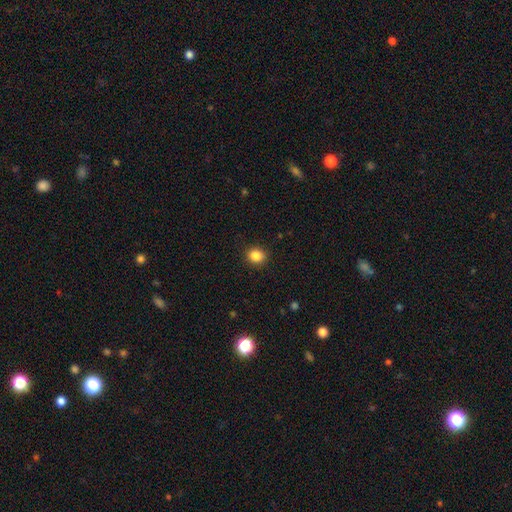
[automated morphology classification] This appears to be a smooth galaxy with no disk features (85%) that is round (78%). Merging: none (90%).